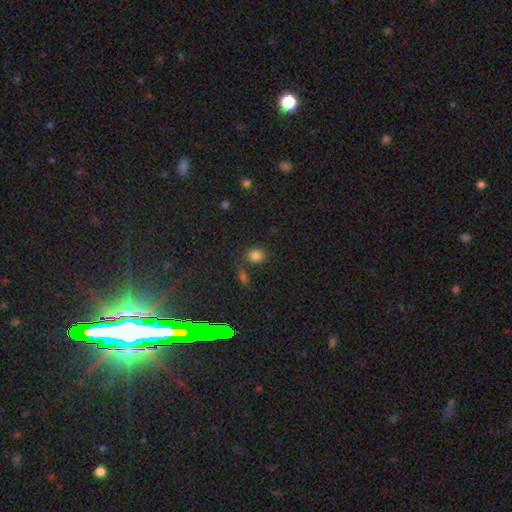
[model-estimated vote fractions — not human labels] The model was most divided on "how rounded": round: 66%, in between: 33%, cigar-shaped: 1%. More confident: smooth or featured — smooth (79%); merging — none (72%).